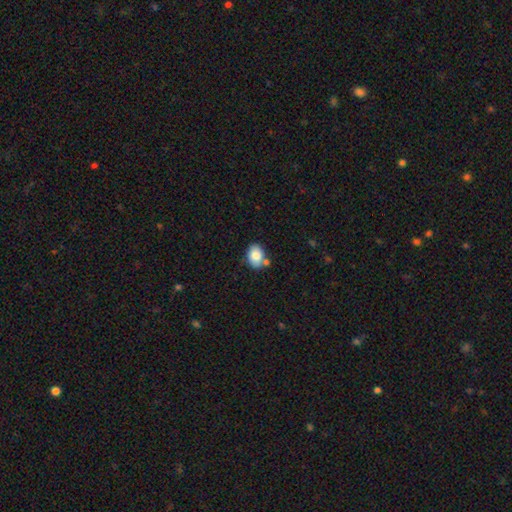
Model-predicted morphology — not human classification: Smooth or featured: smooth — 81% (featured or disk — 11%)
How rounded: in between — 72% (round — 27%)
Merging: none — 65% (minor disturbance — 16%)